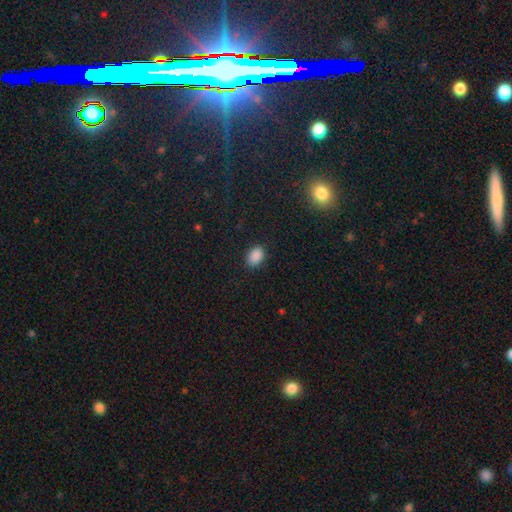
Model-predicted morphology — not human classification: type=smooth (88%); roundness=in between (83%); merging=none (87%).